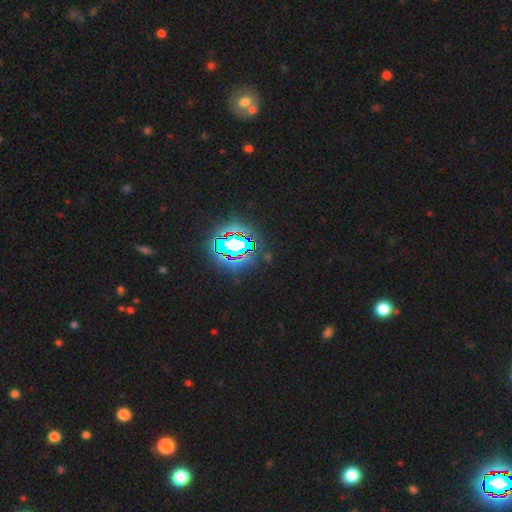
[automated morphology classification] Smooth or featured?
  - star or artifact: 83% *
  - smooth: 10%
  - featured or disk: 7%